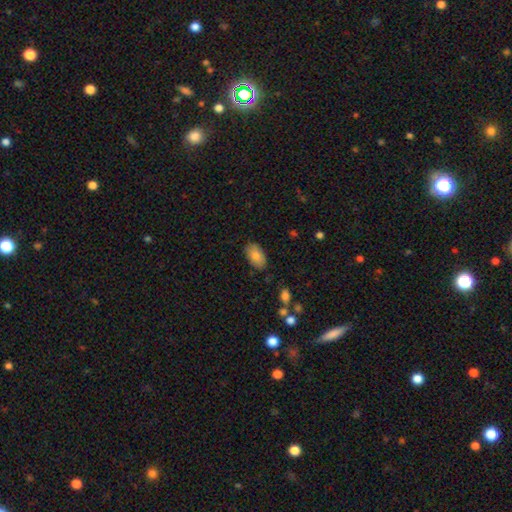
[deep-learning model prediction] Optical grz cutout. It shows a smooth galaxy with no disk features (80%) that is in between round and cigar-shaped (93%). Merging: none (83%).